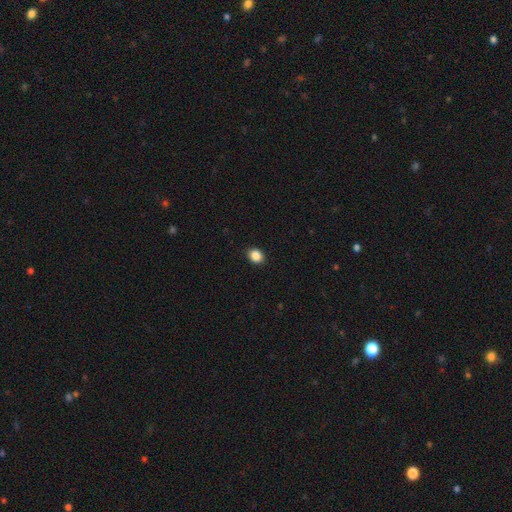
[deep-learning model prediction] smooth 87%, star or artifact 9%, featured or disk 3%. Down the decision tree: how rounded — round (52%); merging — none (91%).